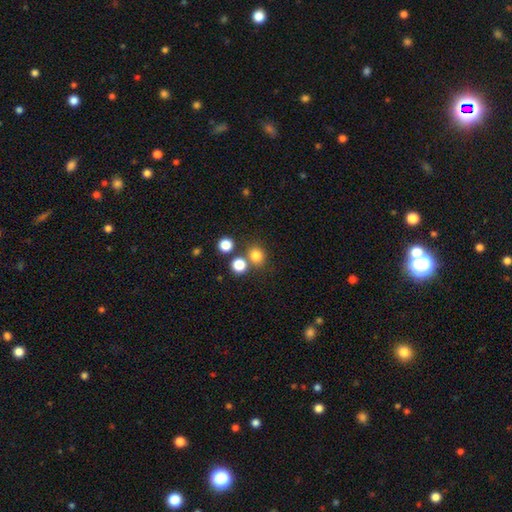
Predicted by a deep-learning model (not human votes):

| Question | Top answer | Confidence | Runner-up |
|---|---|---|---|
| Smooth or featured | smooth | 80% | star or artifact (14%) |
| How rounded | round | 80% | in between (19%) |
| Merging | none | 71% | merger (17%) |